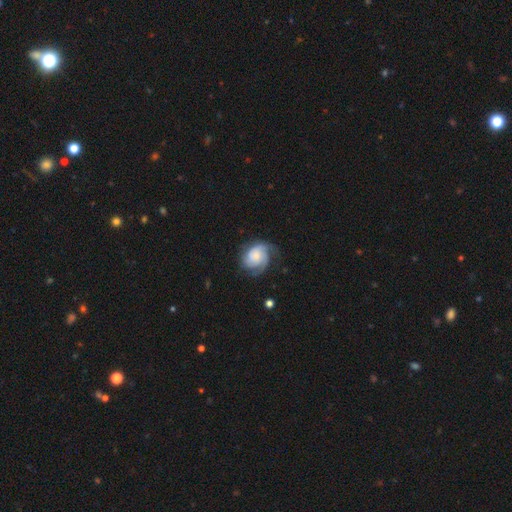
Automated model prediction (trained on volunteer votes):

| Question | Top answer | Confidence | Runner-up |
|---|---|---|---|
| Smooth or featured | featured or disk | 74% | smooth (20%) |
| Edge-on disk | no | 98% | yes (2%) |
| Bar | no | 75% | weak (21%) |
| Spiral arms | yes | 95% | no (5%) |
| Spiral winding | tight | 50% | medium (37%) |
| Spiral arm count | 3 | 35% | 2 (28%) |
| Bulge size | small | 48% | moderate (31%) |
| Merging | none | 60% | minor disturbance (24%) |